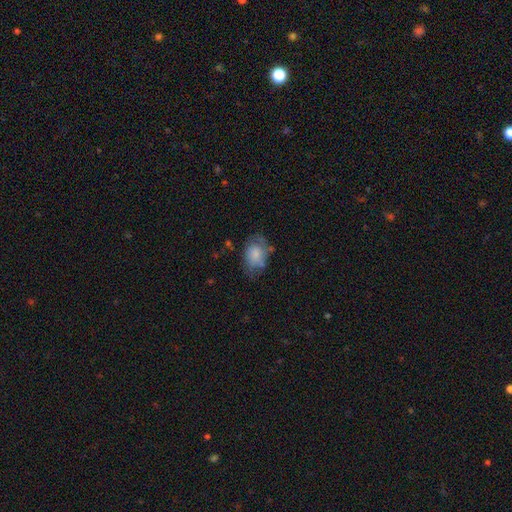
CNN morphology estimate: This appears to be a smooth galaxy with no disk features (73%) that is in between round and cigar-shaped (78%). Merging: none (50%).